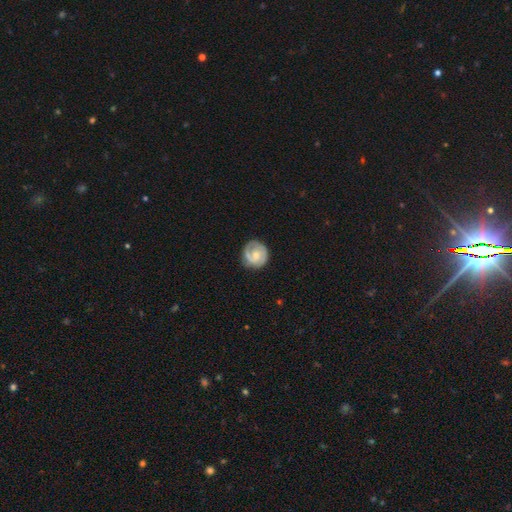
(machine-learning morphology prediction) This appears to be a featured or disk galaxy (63%) with no bar (57%), 2 (49%) tight (57%) spiral arms (87%) and a moderate central bulge (45%). Merging: none (75%).